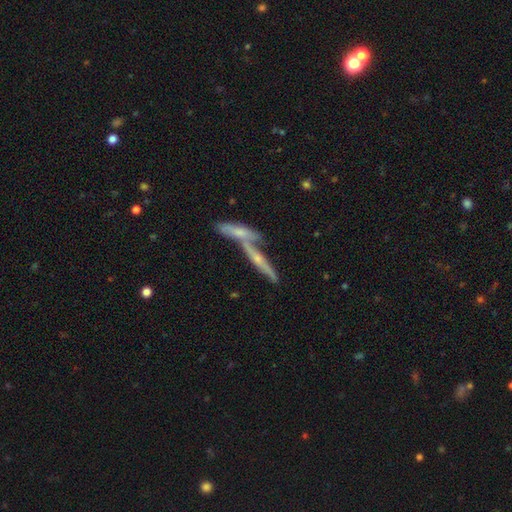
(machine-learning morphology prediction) Smooth or featured? Predicted: featured or disk (p=0.62). Edge-on disk? Predicted: yes (p=0.77). Merging? Predicted: merger (p=0.50).